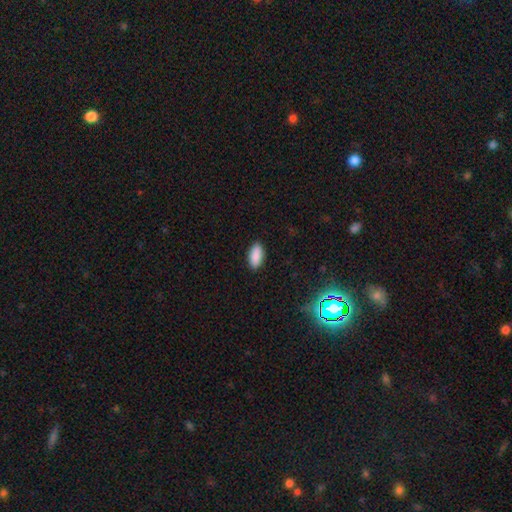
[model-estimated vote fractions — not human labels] Smooth or featured? smooth (89%)
How rounded? in between (89%)
Merging? none (89%)